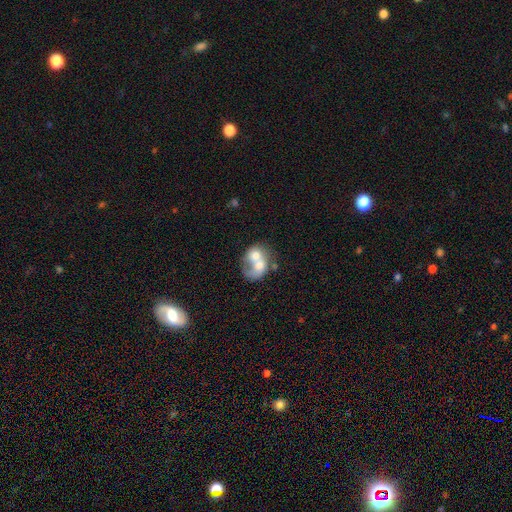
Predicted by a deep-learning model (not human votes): This appears to be a smooth galaxy with no disk features (51%) that is round (50%). Merging: merger (77%).